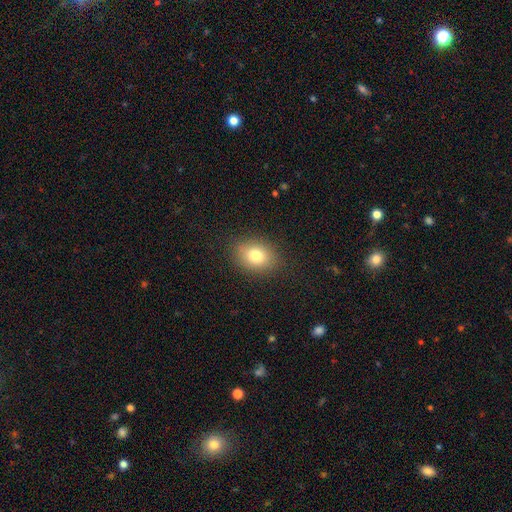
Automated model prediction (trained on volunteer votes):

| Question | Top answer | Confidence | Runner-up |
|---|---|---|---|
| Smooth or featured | smooth | 78% | featured or disk (11%) |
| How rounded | in between | 66% | round (33%) |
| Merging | none | 86% | minor disturbance (10%) |